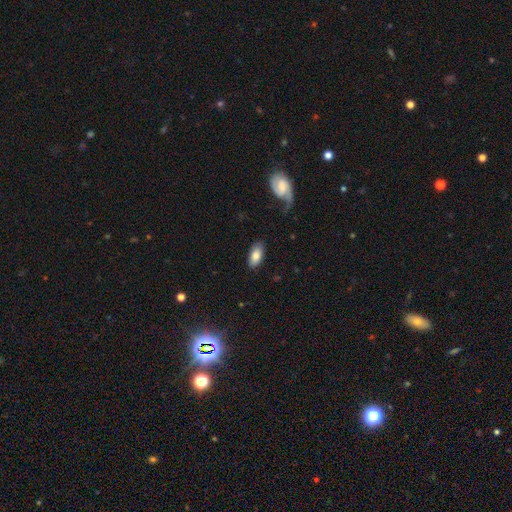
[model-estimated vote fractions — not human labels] Morphology: type=smooth (80%); roundness=in between (93%); merging=none (82%).